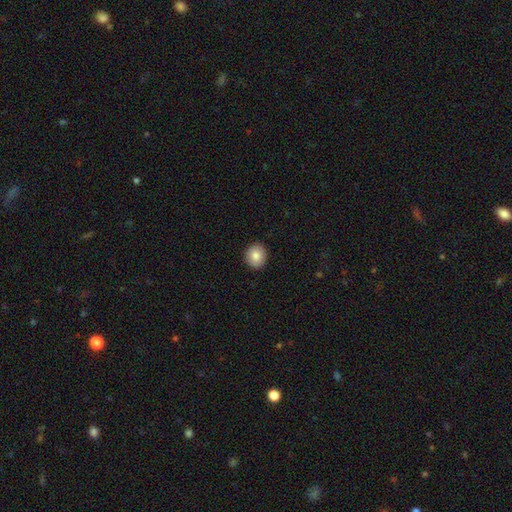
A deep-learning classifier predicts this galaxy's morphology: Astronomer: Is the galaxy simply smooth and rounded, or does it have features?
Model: smooth — 83%.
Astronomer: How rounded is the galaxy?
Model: round — 77%.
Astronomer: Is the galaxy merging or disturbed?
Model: none — 91%.